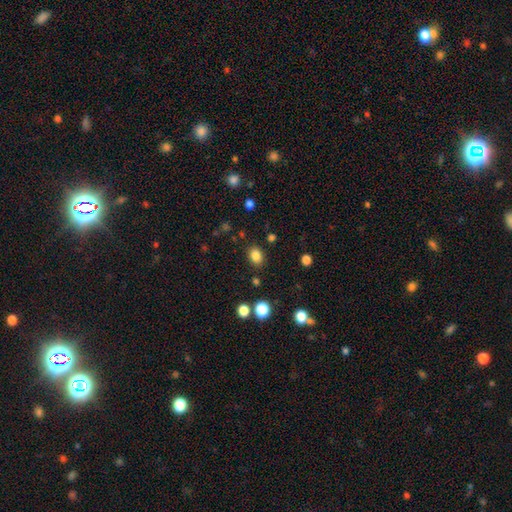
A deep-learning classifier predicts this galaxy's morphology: smooth 83%, star or artifact 12%, featured or disk 5%. Down the decision tree: how rounded — in between (52%); merging — none (86%).